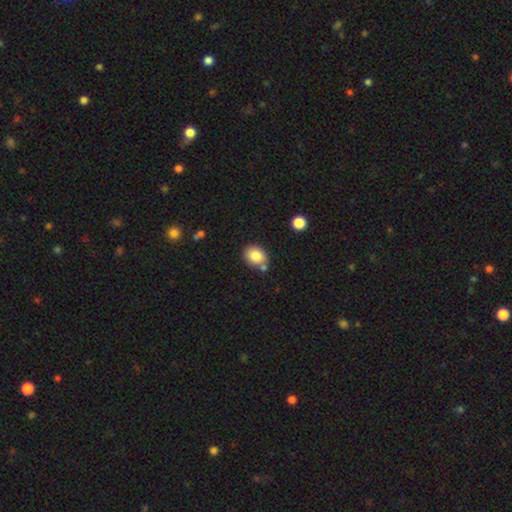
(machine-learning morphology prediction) This appears to be a smooth galaxy with no disk features (83%) that is in between round and cigar-shaped (52%). Merging: none (69%).